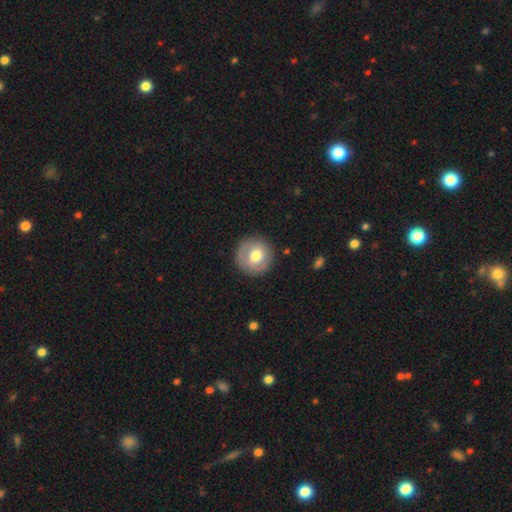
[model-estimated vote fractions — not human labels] The model was most divided on "smooth or featured": smooth: 65%, featured or disk: 28%, star or artifact: 7%. More confident: how rounded — round (92%); merging — none (83%).